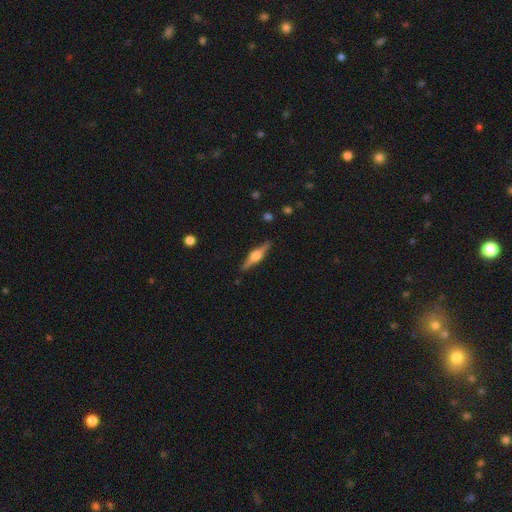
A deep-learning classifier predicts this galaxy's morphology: Smooth or featured? Predicted: featured or disk (p=0.73). Edge-on disk? Predicted: yes (p=0.98). Edge-on bulge? Predicted: rounded (p=0.91). Merging? Predicted: none (p=0.89).